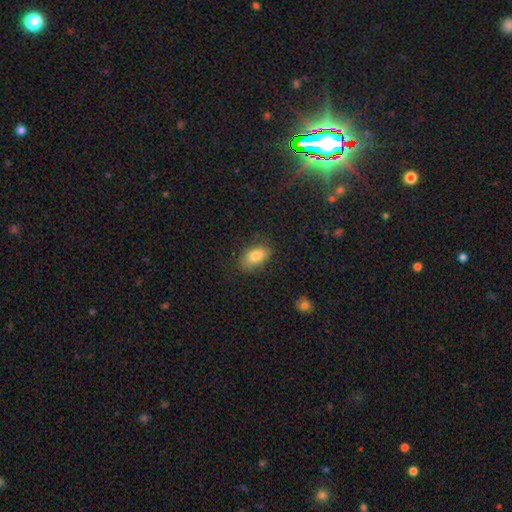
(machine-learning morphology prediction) The model was most divided on "merging": none: 78%, minor disturbance: 16%, major disturbance: 4%, merger: 1%. More confident: how rounded — in between (91%); smooth or featured — smooth (82%).